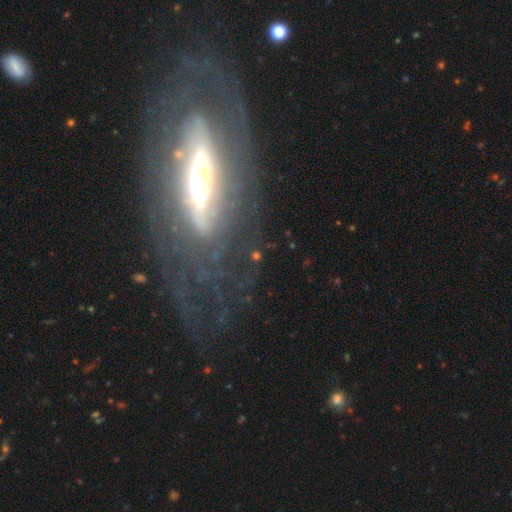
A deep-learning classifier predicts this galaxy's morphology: Smooth or featured? Predicted: featured or disk (p=0.70). Edge-on disk? Predicted: no (p=0.68). Merging? Predicted: none (p=0.58).